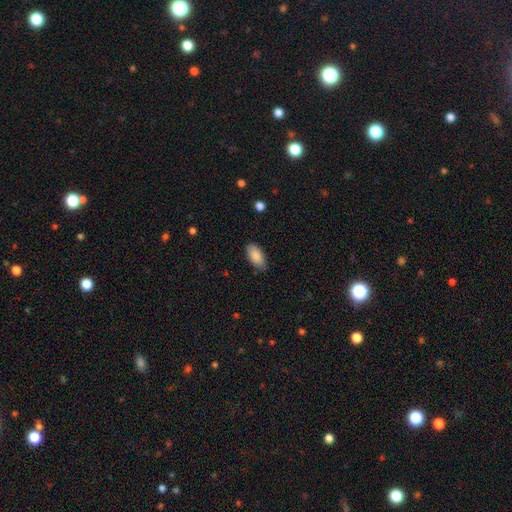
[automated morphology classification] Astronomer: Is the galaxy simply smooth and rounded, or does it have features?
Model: smooth — 87%.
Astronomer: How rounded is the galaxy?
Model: in between — 93%.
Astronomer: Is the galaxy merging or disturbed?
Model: none — 81%.